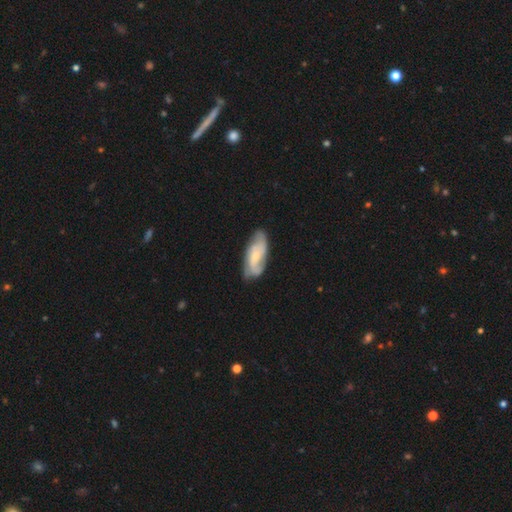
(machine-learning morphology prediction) The model was most divided on "spiral winding": medium: 44%, tight: 32%, loose: 24%. Remaining: edge-on disk — no (92%); spiral arms — yes (90%); merging — none (69%); smooth or featured — featured or disk (66%); bar — no (61%); bulge size — small (60%); spiral arm count — 2 (50%).